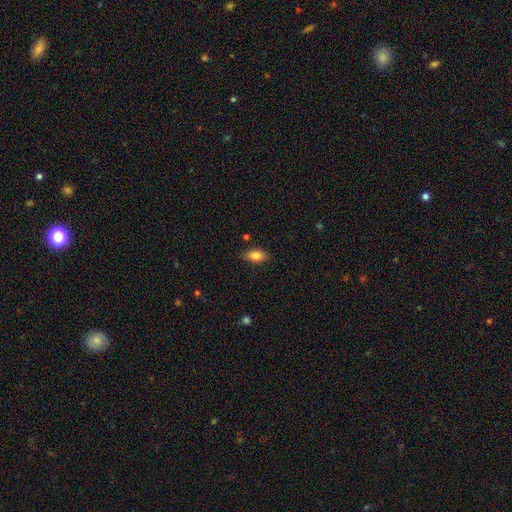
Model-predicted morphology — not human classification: Smooth or featured: smooth — 82% (featured or disk — 10%)
How rounded: in between — 88% (cigar-shaped — 7%)
Merging: none — 84% (minor disturbance — 12%)